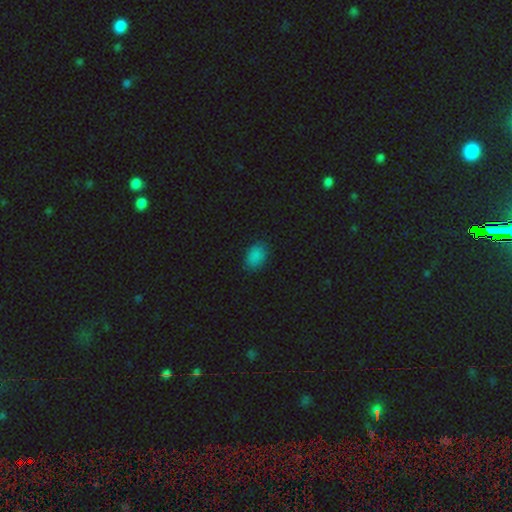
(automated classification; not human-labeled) Overall: smooth (85%). How rounded: in between (85%). Merging: none (84%).